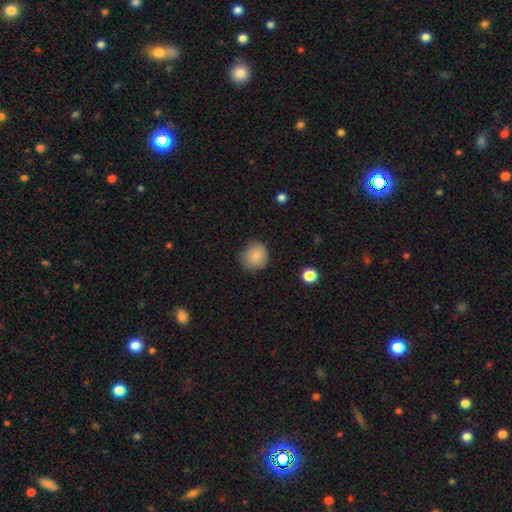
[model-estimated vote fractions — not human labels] Smooth or featured? Predicted: smooth (p=0.86). How rounded? Predicted: round (p=0.88). Merging? Predicted: none (p=0.84).